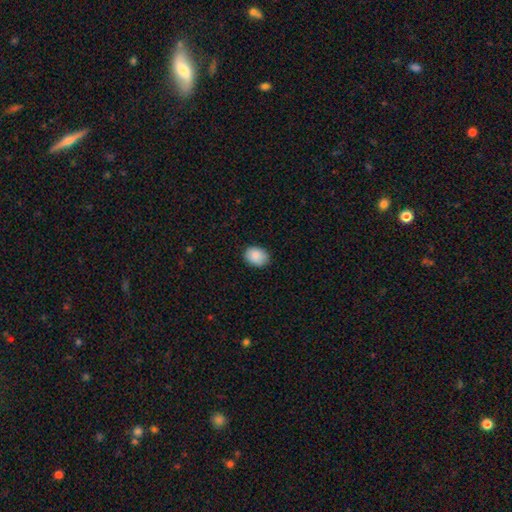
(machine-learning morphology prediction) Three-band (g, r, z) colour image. It shows a smooth galaxy with no disk features (89%) that is in between round and cigar-shaped (61%). Merging: none (87%).